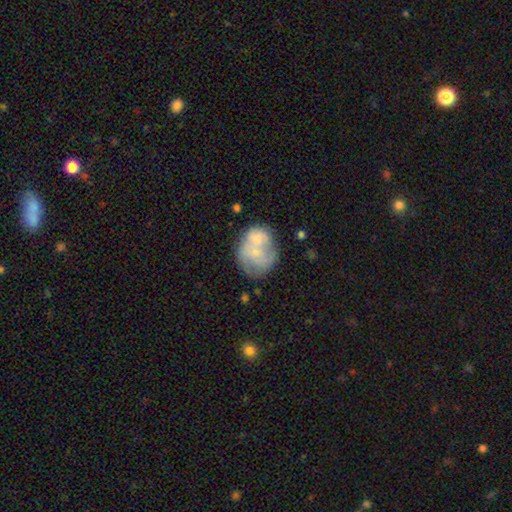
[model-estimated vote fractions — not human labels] A smooth galaxy with no disk features (49%).

Vote fractions:
- Smooth or featured? smooth: 49% / featured or disk: 44% / star or artifact: 7%
- Merging? merger: 42% / none: 30% / minor disturbance: 17% / major disturbance: 11%